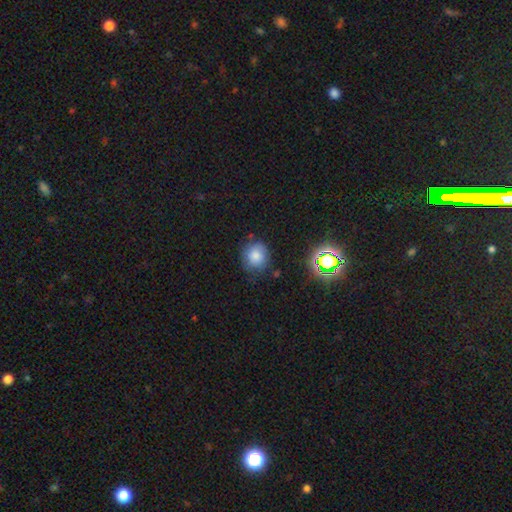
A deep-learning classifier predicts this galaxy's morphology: Smooth or featured: smooth — 78% (star or artifact — 13%)
How rounded: round — 82% (in between — 17%)
Merging: none — 73% (minor disturbance — 19%)